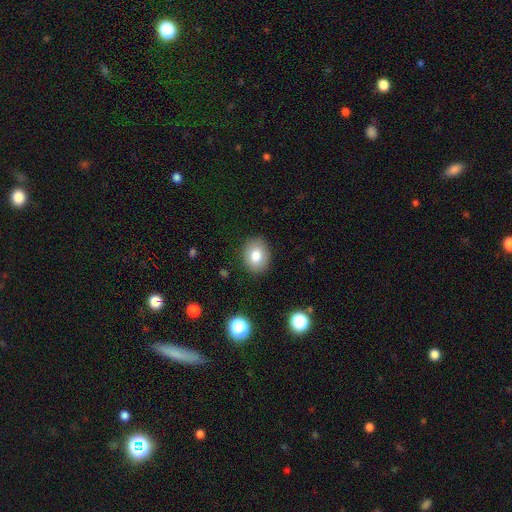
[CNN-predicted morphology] Smooth or featured?
  - smooth: 80% *
  - featured or disk: 10%
  - star or artifact: 9%
How rounded?
  - in between: 54% *
  - round: 45%
  - cigar-shaped: 1%
Merging?
  - none: 88% *
  - minor disturbance: 9%
  - major disturbance: 2%
  - merger: 1%